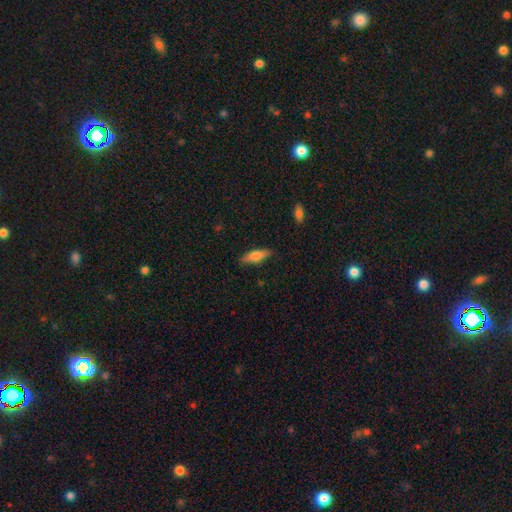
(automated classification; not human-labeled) smooth_or_featured: smooth (p=0.72) [alt: featured or disk p=0.21]
how_rounded: cigar-shaped (p=0.51) [alt: in between p=0.47]
merging: none (p=0.83) [alt: minor disturbance p=0.13]